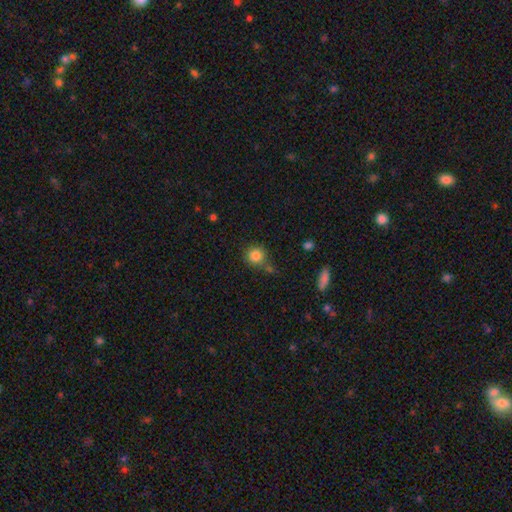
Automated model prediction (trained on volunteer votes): A smooth galaxy with no disk features (83%) that is round (91%).

Vote fractions:
- Smooth or featured? smooth: 83% / star or artifact: 11% / featured or disk: 6%
- How rounded? round: 91% / in between: 8% / cigar-shaped: 1%
- Merging? none: 66% / minor disturbance: 15% / merger: 14% / major disturbance: 5%